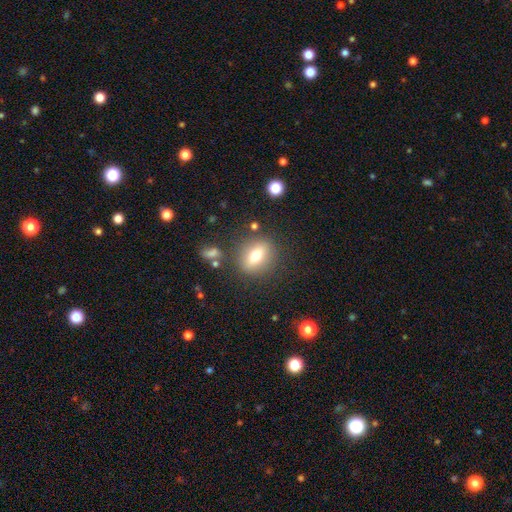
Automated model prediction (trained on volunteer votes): smooth 68%, featured or disk 22%, star or artifact 10%. Down the decision tree: how rounded — in between (54%); merging — none (82%).